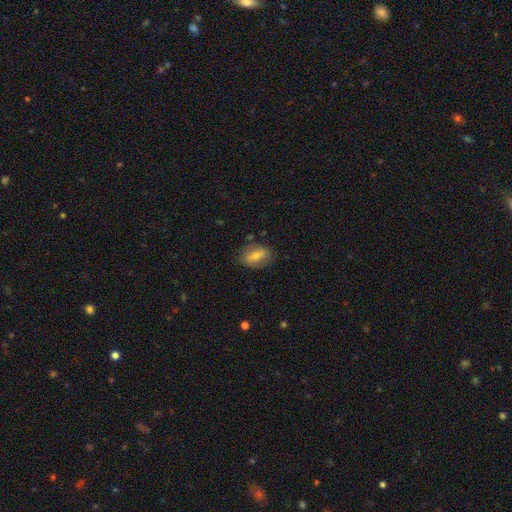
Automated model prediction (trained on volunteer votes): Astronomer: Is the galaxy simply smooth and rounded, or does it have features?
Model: smooth — 58% (runner-up: featured or disk, 34%).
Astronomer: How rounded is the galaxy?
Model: in between — 84%.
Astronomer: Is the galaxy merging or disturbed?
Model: none — 74%.